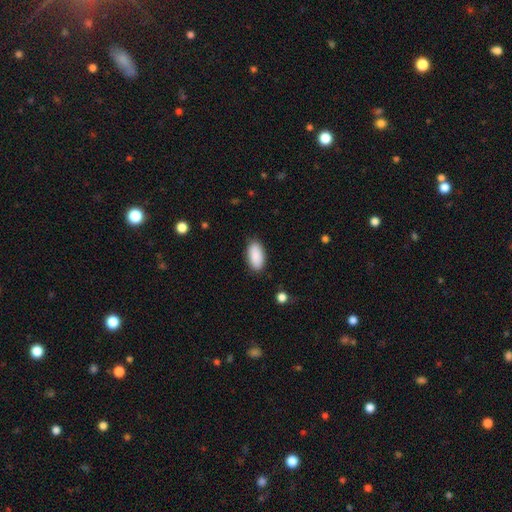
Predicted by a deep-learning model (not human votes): A smooth galaxy with no disk features (90%) that is in between round and cigar-shaped (93%).

Vote fractions:
- Smooth or featured? smooth: 90% / star or artifact: 6% / featured or disk: 4%
- How rounded? in between: 93% / cigar-shaped: 5% / round: 2%
- Merging? none: 87% / minor disturbance: 10% / major disturbance: 2% / merger: 1%